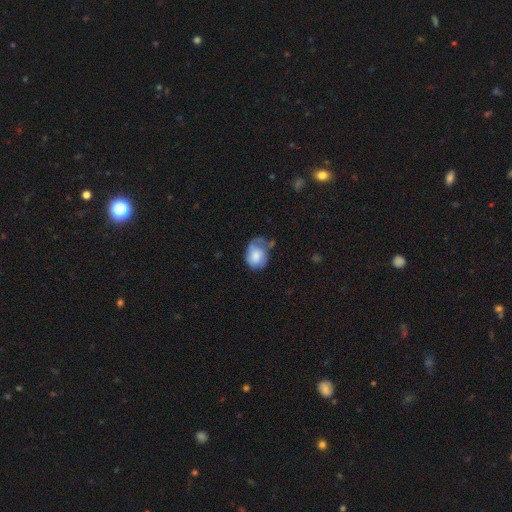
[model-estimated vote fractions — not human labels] Smooth or featured: smooth — 63% (featured or disk — 30%)
How rounded: in between — 60% (round — 39%)
Merging: minor disturbance — 37% (none — 29%)